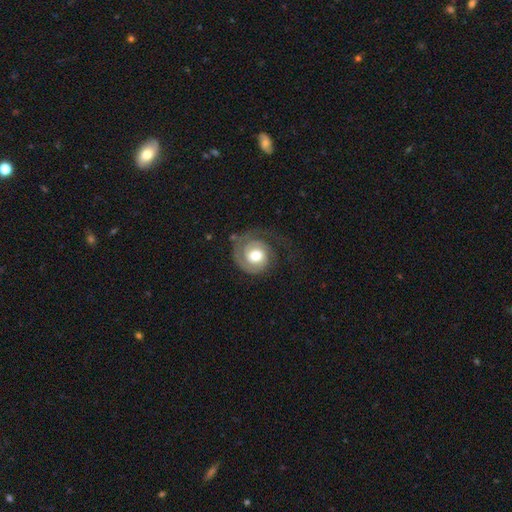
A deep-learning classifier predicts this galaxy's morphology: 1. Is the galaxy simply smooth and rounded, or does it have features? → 76% featured or disk, 18% smooth, 5% star or artifact.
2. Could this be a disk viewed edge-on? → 98% no, 2% yes.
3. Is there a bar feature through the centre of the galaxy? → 66% no, 28% weak, 6% strong.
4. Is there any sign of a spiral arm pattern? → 92% yes, 8% no.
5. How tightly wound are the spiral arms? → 61% tight, 26% medium, 13% loose.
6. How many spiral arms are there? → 64% 1, 23% 2, 8% can't tell, 3% 3, 1% 4, 1% more than 4.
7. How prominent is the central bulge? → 62% moderate, 26% large, 8% small, 3% dominant, 1% none.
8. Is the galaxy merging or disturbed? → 57% none, 24% major disturbance, 18% minor disturbance, 2% merger.